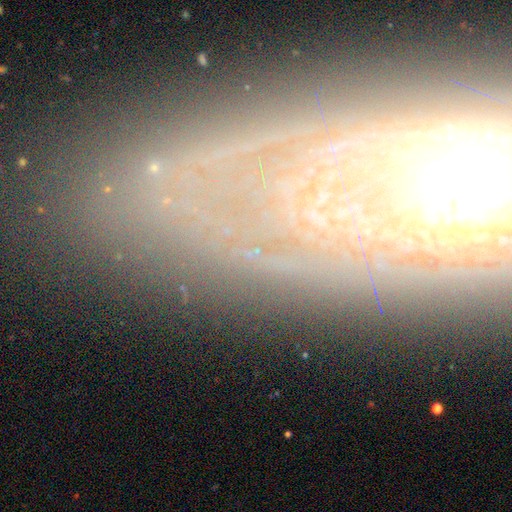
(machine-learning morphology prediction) Overall: star or artifact (46%; featured or disk 37%).